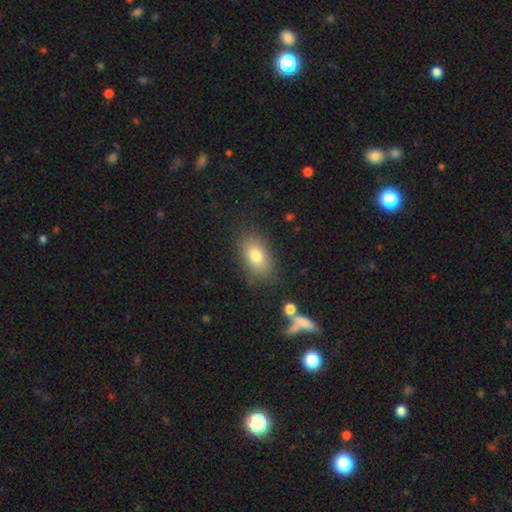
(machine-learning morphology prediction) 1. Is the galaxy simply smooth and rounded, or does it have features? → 78% smooth, 12% featured or disk, 10% star or artifact.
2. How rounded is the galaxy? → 85% in between, 12% round, 3% cigar-shaped.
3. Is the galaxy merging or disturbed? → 81% none, 12% minor disturbance, 4% major disturbance, 3% merger.